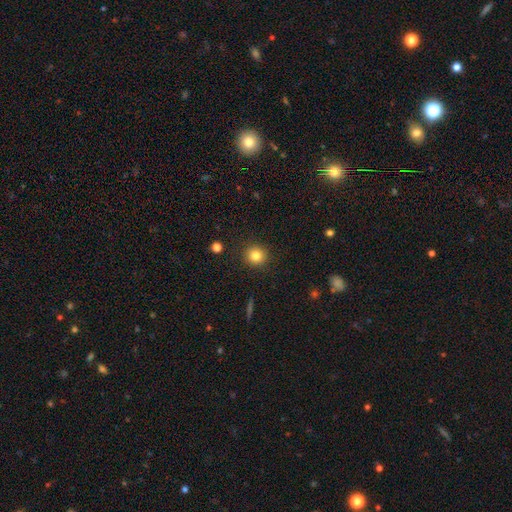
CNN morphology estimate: Overall: smooth (82%). How rounded: round (91%). Merging: none (91%).